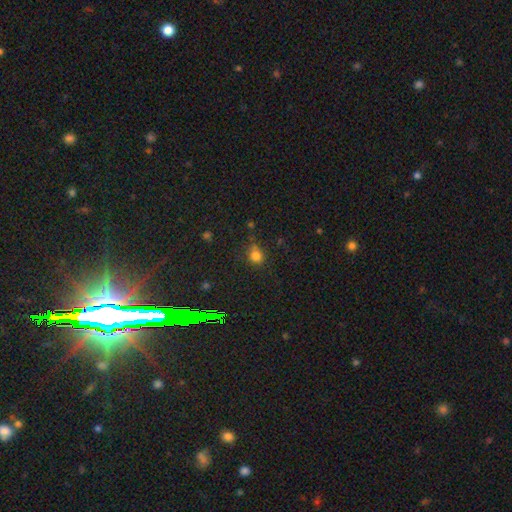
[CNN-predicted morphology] A smooth galaxy with no disk features (77%) that is round (71%). Merging: none (68%).